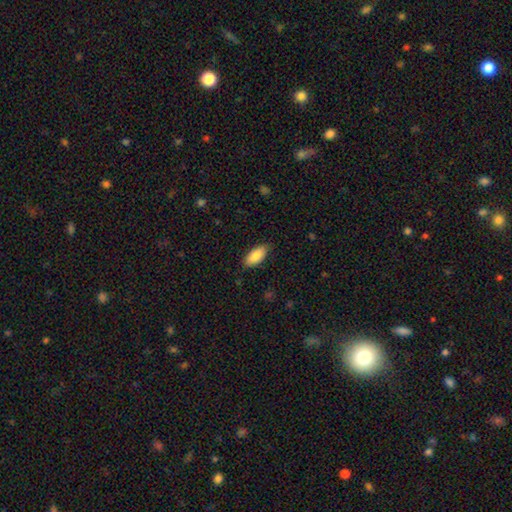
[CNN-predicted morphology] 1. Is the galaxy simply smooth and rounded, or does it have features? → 86% smooth, 8% featured or disk, 6% star or artifact.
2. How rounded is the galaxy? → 88% in between, 11% cigar-shaped, 2% round.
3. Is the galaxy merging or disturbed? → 85% none, 12% minor disturbance, 2% major disturbance, 1% merger.